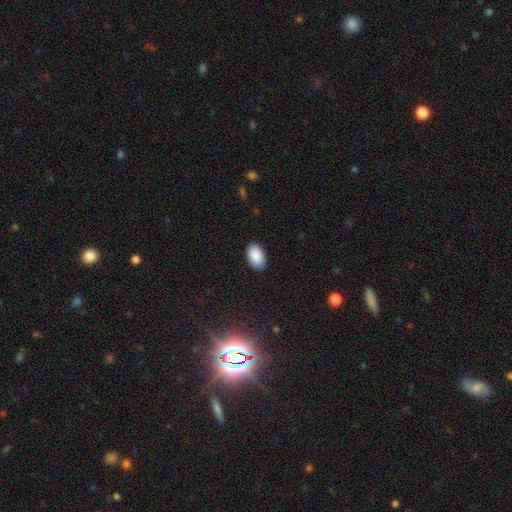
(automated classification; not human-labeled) smooth 91%, star or artifact 6%, featured or disk 3%. Down the decision tree: how rounded — in between (95%); merging — none (89%).